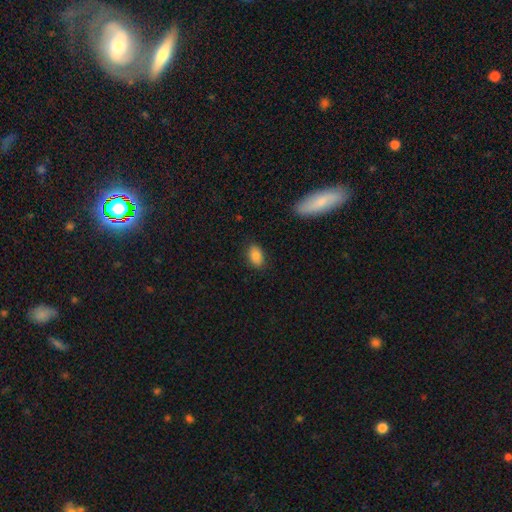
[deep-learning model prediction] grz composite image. It shows a smooth galaxy with no disk features (86%) that is in between round and cigar-shaped (89%). Merging: none (85%).